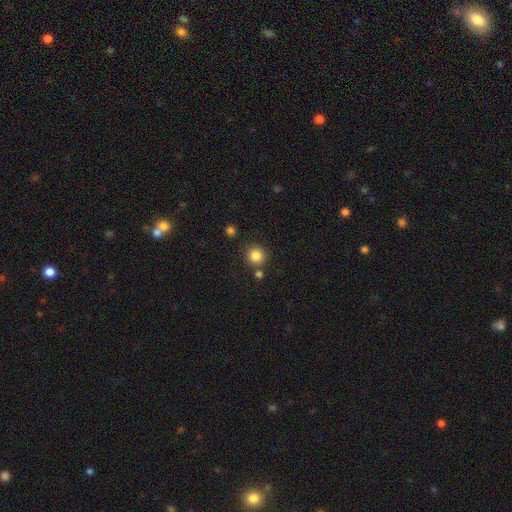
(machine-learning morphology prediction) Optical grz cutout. It shows a smooth galaxy with no disk features (85%) that is round (93%). Merging: none (81%).